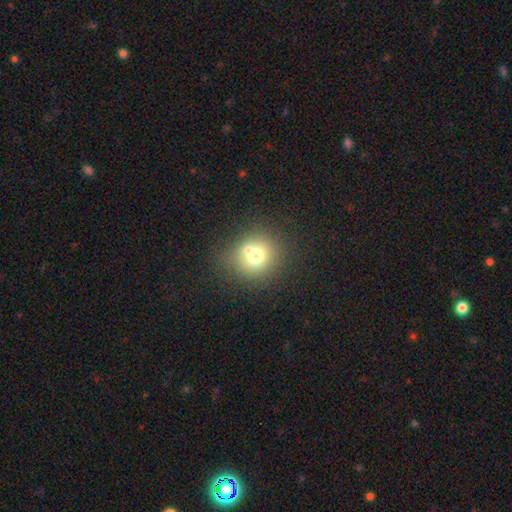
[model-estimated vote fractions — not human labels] Overall: smooth (68%). How rounded: round (83%). Merging: none (55%; merger 29%).